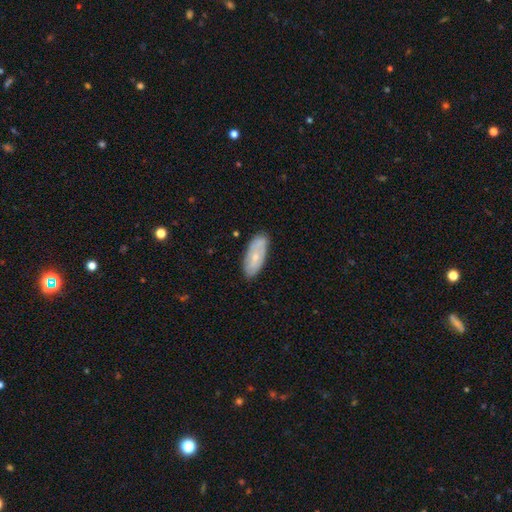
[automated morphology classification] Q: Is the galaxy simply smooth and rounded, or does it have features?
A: smooth — 51%.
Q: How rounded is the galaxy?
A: in between — 82%.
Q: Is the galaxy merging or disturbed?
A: none — 82%.